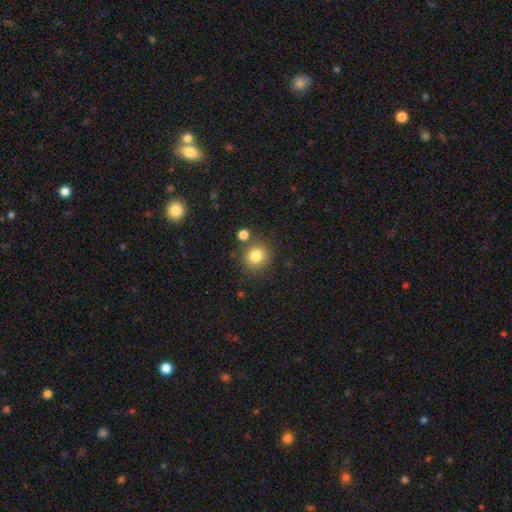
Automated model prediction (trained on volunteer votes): This is clearly a smooth galaxy (81%). How rounded: clearly round (84%). Merging: likely none (77%).